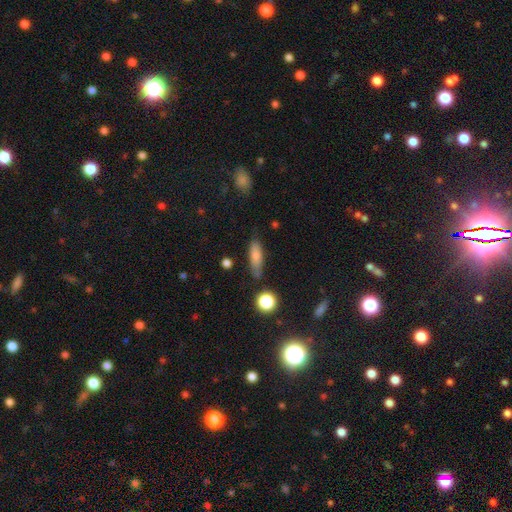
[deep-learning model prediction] Smooth or featured? smooth (78%)
How rounded? in between (49%)
Merging? none (74%)